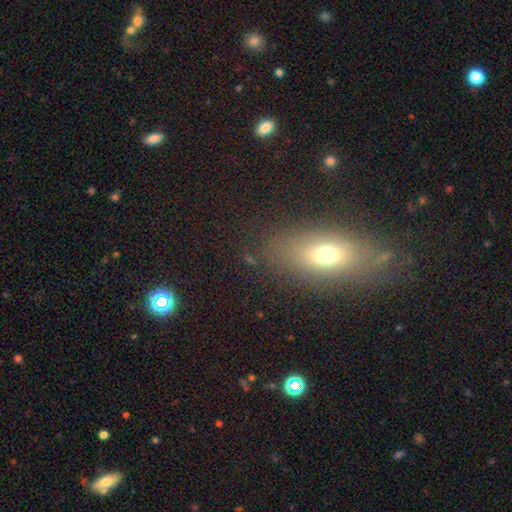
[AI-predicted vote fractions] Q: Smooth or featured?
A: smooth (60%); runner-up: featured or disk (21%)
Q: How rounded?
A: in between (65%); runner-up: cigar-shaped (20%)
Q: Merging?
A: none (80%); runner-up: minor disturbance (11%)